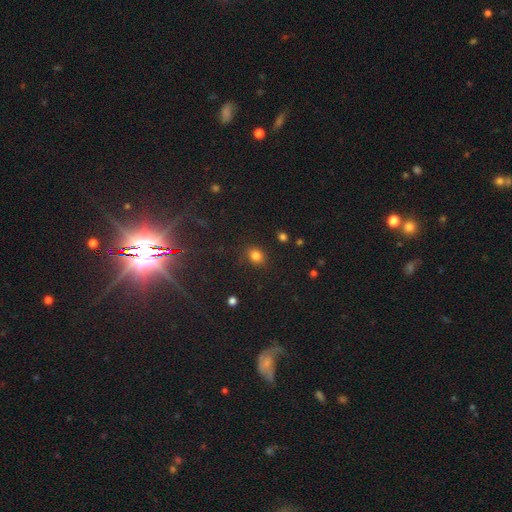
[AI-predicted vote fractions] Smooth or featured? Predicted: smooth (p=0.80). How rounded? Predicted: round (p=0.57). Merging? Predicted: none (p=0.81).